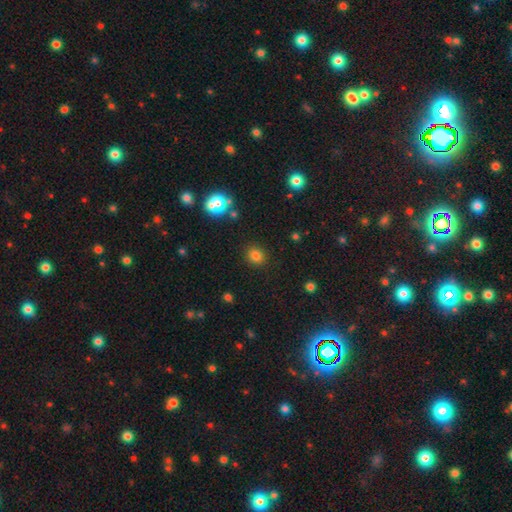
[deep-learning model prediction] A smooth galaxy with no disk features (80%) that is round (73%). Merging: none (88%).